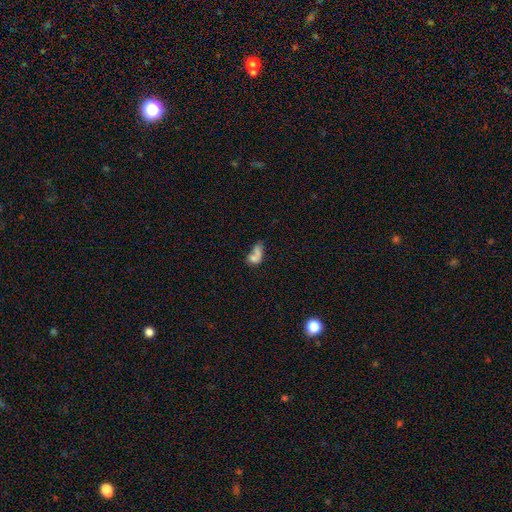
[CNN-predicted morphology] This is likely a smooth galaxy (65%). How rounded: likely in between (77%). Merging: possibly merger (50%).